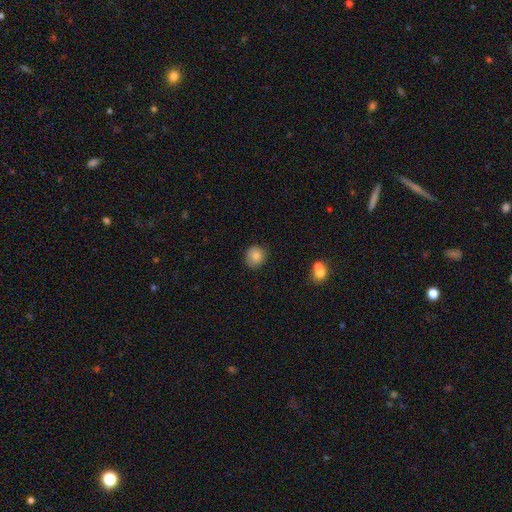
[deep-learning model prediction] smooth-or-featured: smooth: 83% | star or artifact: 9% | featured or disk: 8%
  how-rounded: round: 85% | in between: 14% | cigar-shaped: 1%
  merging: none: 83% | minor disturbance: 12% | major disturbance: 2% | merger: 2%